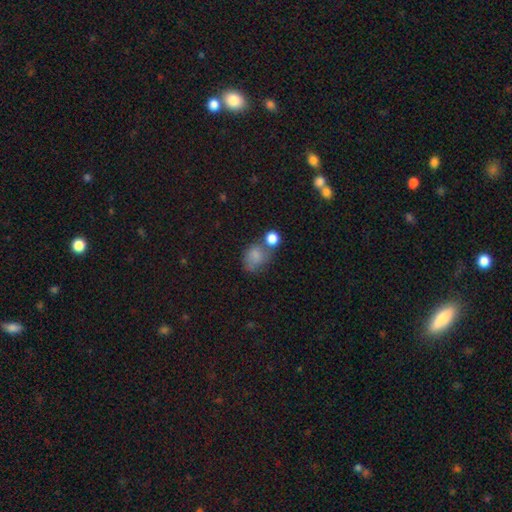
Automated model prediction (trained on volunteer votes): Smooth or featured? Predicted: smooth (p=0.78). How rounded? Predicted: in between (p=0.50). Merging? Predicted: none (p=0.38).